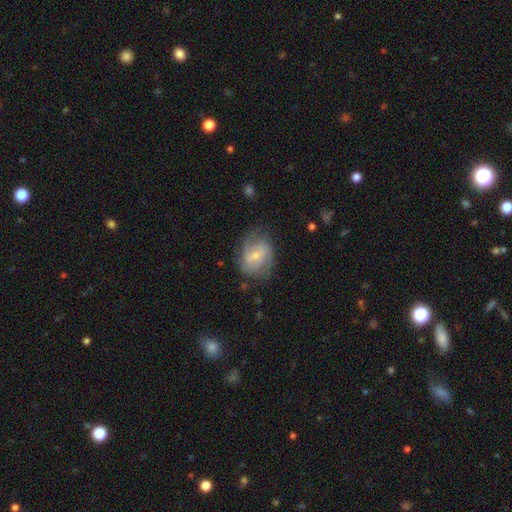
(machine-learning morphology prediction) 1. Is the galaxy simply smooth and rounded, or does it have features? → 62% featured or disk, 31% smooth, 7% star or artifact.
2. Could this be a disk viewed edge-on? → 97% no, 3% yes.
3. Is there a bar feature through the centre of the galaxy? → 45% weak, 44% no, 12% strong.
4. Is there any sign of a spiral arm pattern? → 82% yes, 18% no.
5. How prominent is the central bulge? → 54% small, 41% moderate, 2% none, 2% large, 1% dominant.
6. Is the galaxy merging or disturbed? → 63% none, 24% minor disturbance, 12% major disturbance, 1% merger.